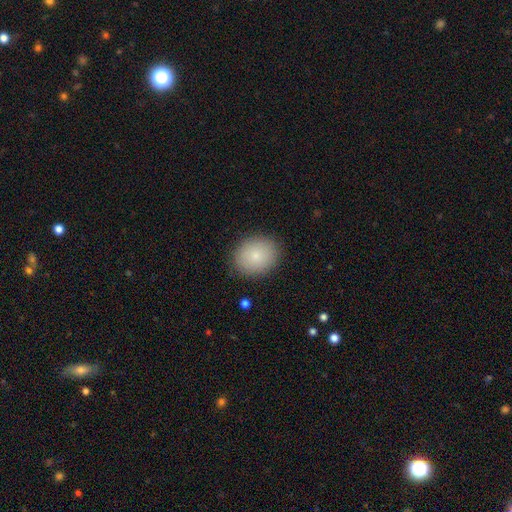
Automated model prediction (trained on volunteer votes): Morphology: type=smooth (83%); roundness=round (66%); merging=none (88%).